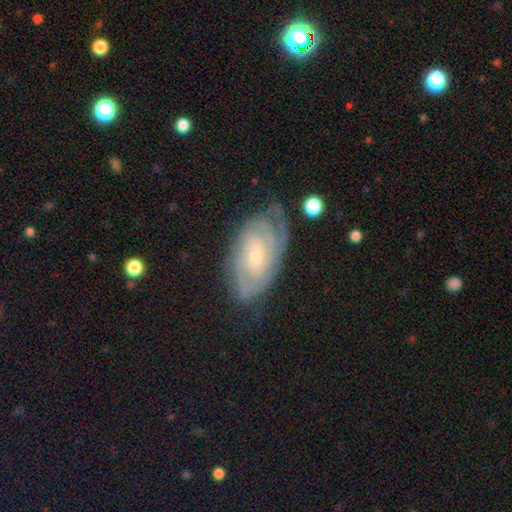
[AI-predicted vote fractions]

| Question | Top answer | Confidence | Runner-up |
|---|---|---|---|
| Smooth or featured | featured or disk | 85% | smooth (9%) |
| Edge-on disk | no | 95% | yes (5%) |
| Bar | no | 54% | weak (38%) |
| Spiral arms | yes | 97% | no (3%) |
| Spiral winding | tight | 74% | medium (22%) |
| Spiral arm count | can't tell | 30% | 2 (29%) |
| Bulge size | small | 53% | moderate (43%) |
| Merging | none | 73% | minor disturbance (20%) |